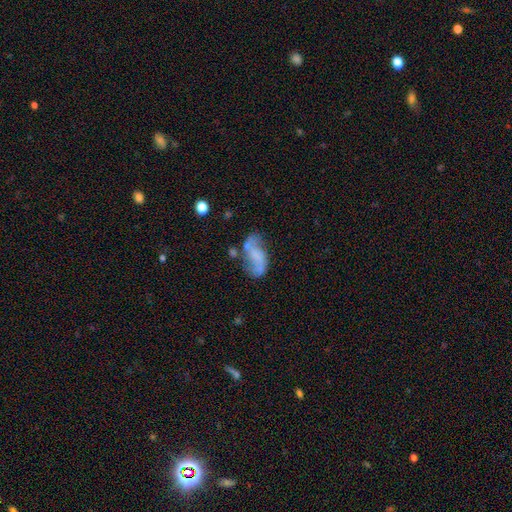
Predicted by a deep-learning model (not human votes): smooth-or-featured: featured or disk: 69% | smooth: 22% | star or artifact: 9%
  disk-edge-on: no: 96% | yes: 4%
    bar: no: 52% | weak: 34% | strong: 14%
    has-spiral-arms: yes: 85% | no: 15%
      spiral-winding: loose: 65% | medium: 26% | tight: 9%
      spiral-arm-count: 2: 87% | can't tell: 6% | 1: 4% | 3: 1% | 4: 1% | more than 4: 1%
    bulge-size: none: 61% | small: 21% | moderate: 12% | large: 4% | dominant: 2%
  merging: none: 53% | minor disturbance: 23% | major disturbance: 14% | merger: 10%